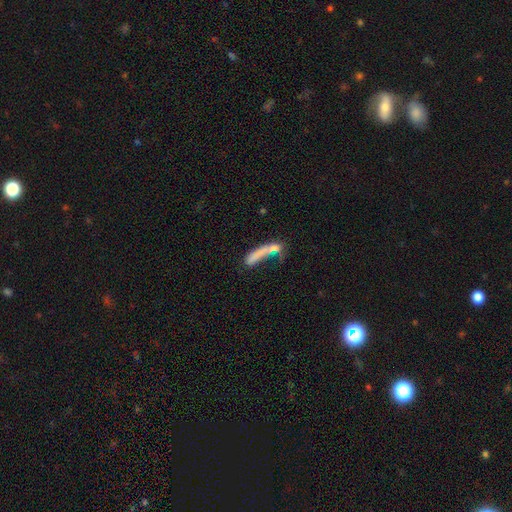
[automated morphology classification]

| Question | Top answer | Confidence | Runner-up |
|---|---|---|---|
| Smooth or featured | smooth | 63% | featured or disk (26%) |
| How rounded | cigar-shaped | 80% | in between (17%) |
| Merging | none | 33% | merger (29%) |